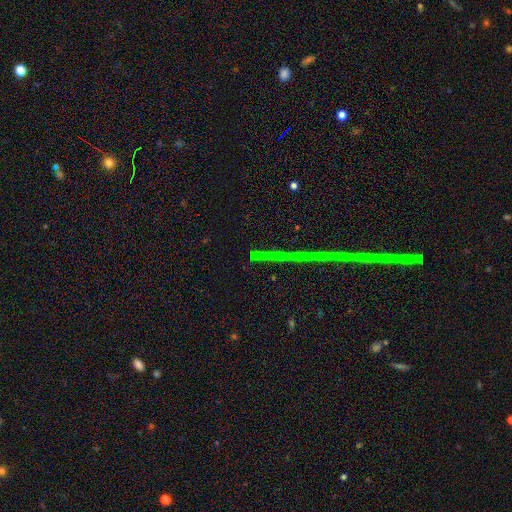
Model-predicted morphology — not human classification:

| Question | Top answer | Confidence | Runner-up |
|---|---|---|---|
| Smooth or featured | star or artifact | 78% | featured or disk (12%) |